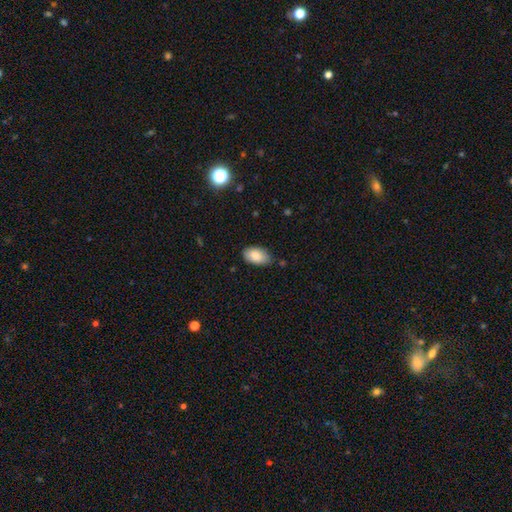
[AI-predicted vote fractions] This is clearly a smooth galaxy (85%). How rounded: clearly in between (94%). Merging: likely none (76%).